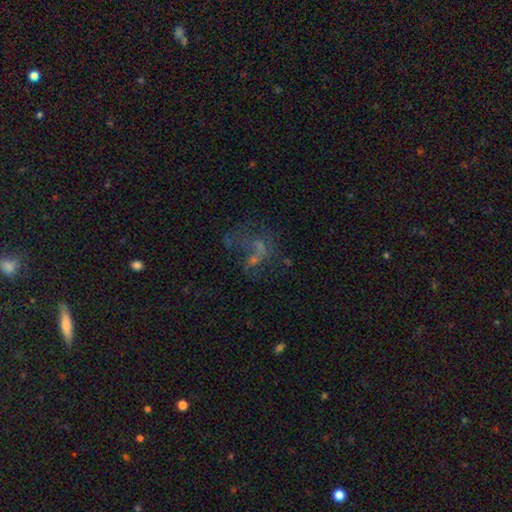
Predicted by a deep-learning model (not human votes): Smooth or featured?
  - featured or disk: 49% *
  - smooth: 26%
  - star or artifact: 25%
Merging?
  - none: 31% * (tied)
  - major disturbance: 31% * (tied)
  - merger: 26%
  - minor disturbance: 12%